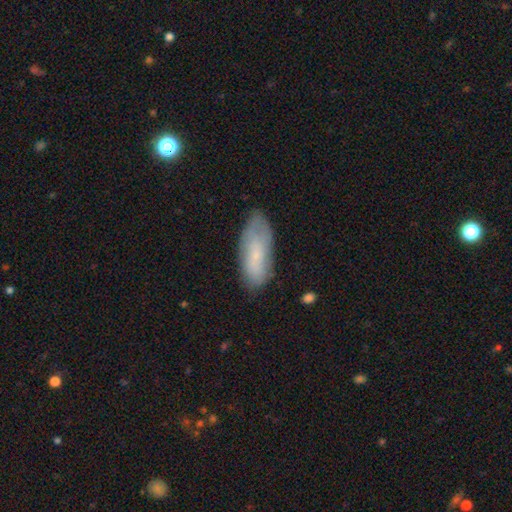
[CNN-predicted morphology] Smooth or featured: smooth — 62% (featured or disk — 31%)
How rounded: in between — 77% (cigar-shaped — 21%)
Merging: none — 72% (minor disturbance — 22%)